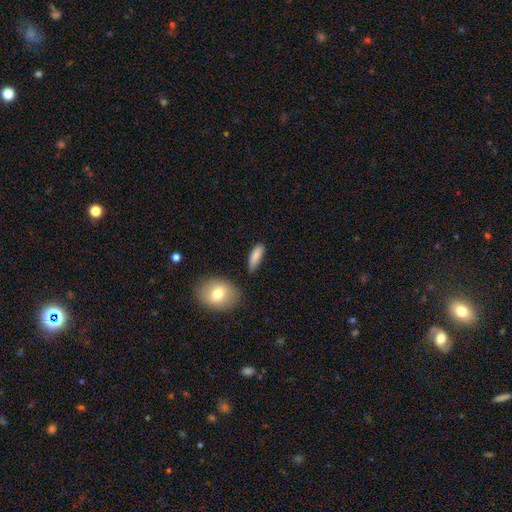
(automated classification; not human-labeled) Overall: smooth (84%). How rounded: cigar-shaped (49%; in between 47%). Merging: none (78%).